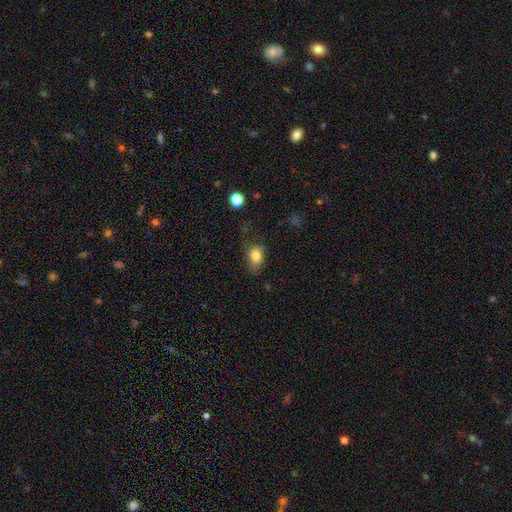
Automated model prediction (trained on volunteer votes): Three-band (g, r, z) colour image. It shows a smooth galaxy with no disk features (81%) that is in between round and cigar-shaped (72%). Merging: none (57%).